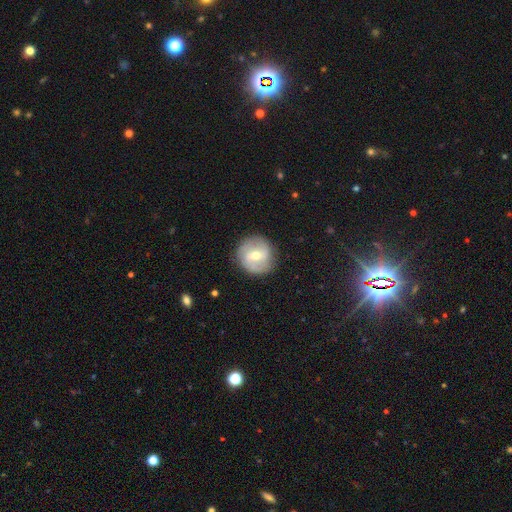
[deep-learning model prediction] A featured or disk galaxy (65%) with a weak bar (51%), 2 (73%) medium (43%) spiral arms (82%) and a moderate central bulge (57%). Merging: none (85%).